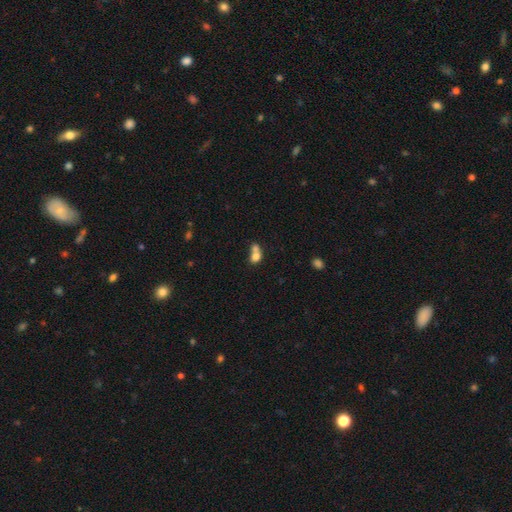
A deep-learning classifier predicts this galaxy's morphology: Q: Smooth or featured?
A: smooth (73%); runner-up: featured or disk (17%)
Q: How rounded?
A: in between (53%); runner-up: round (45%)
Q: Merging?
A: merger (67%); runner-up: none (21%)